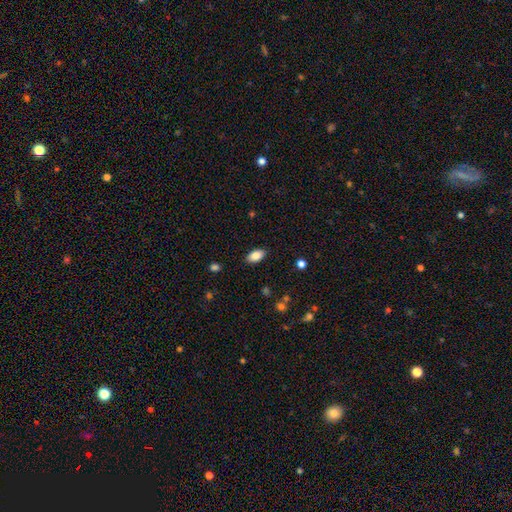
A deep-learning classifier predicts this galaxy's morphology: A smooth galaxy with no disk features (85%) that is in between round and cigar-shaped (93%). Merging: none (87%).